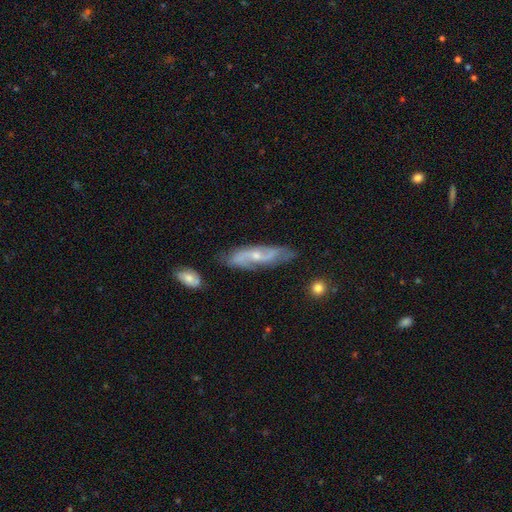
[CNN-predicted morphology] Smooth or featured: featured or disk — 75% (smooth — 18%)
Edge-on disk: no — 79% (yes — 21%)
Bar: no — 45% (weak — 42%)
Spiral arms: yes — 90% (no — 10%)
Spiral winding: medium — 42% (loose — 39%)
Spiral arm count: 2 — 83% (can't tell — 11%)
Bulge size: small — 58% (moderate — 37%)
Merging: none — 77% (minor disturbance — 16%)